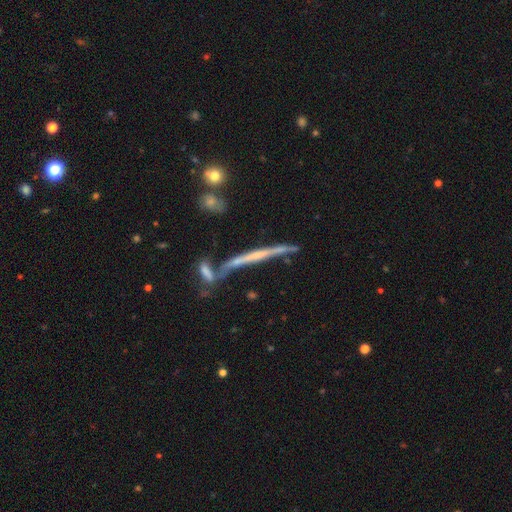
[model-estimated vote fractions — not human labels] Overall: featured or disk (65%; smooth 26%). Edge-on disk: yes (91%). Edge-on bulge: none (66%). Merging: none (53%; merger 23%).